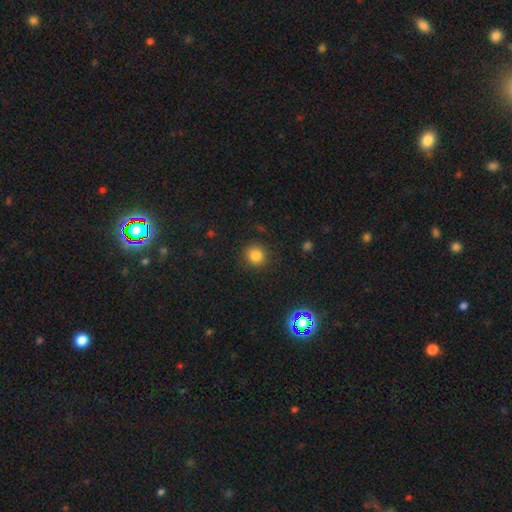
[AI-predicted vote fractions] Smooth or featured?
  - smooth: 82% *
  - star or artifact: 13%
  - featured or disk: 5%
How rounded?
  - round: 90% *
  - in between: 9%
  - cigar-shaped: 1%
Merging?
  - none: 88% *
  - minor disturbance: 8%
  - major disturbance: 3%
  - merger: 1%